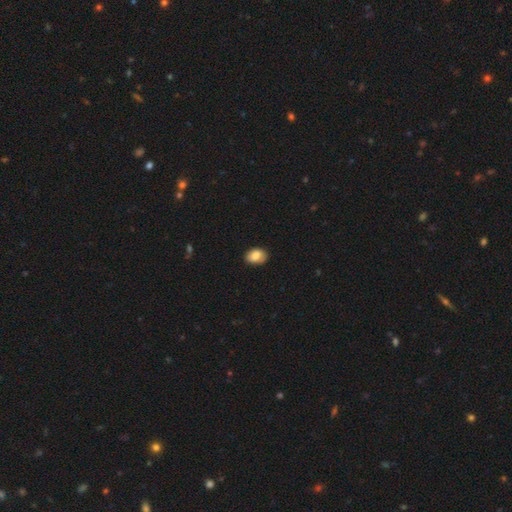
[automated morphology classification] type=smooth (84%); roundness=in between (75%); merging=none (81%).